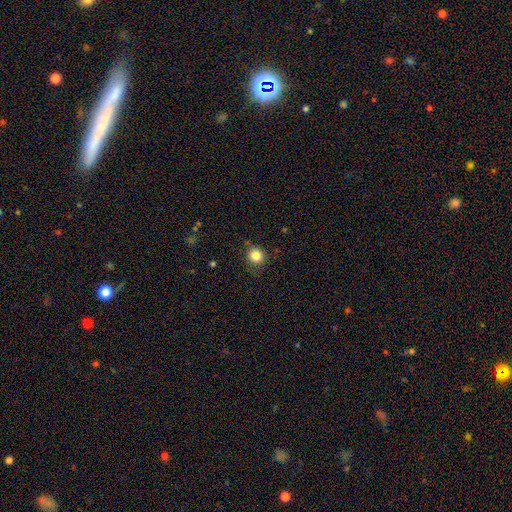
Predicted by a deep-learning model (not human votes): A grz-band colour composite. It shows a smooth galaxy with no disk features (84%) that is round (90%). Merging: none (81%).